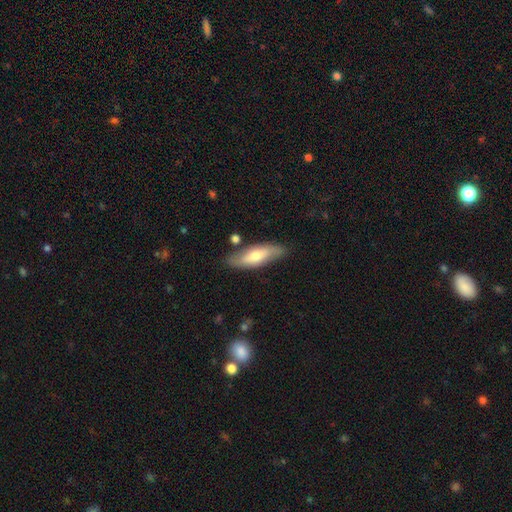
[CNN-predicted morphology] smooth-or-featured: smooth: 58% | featured or disk: 37% | star or artifact: 6%
  how-rounded: in between: 55% | cigar-shaped: 43% | round: 2%
  merging: none: 80% | minor disturbance: 14% | merger: 4% | major disturbance: 3%